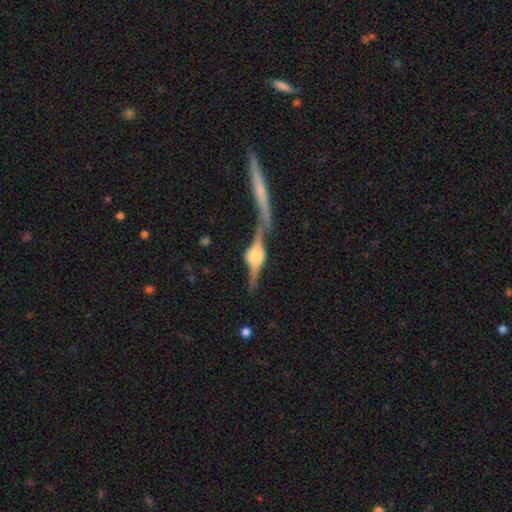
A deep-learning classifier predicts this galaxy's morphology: smooth_or_featured: featured or disk (p=0.83) [alt: smooth p=0.11]
disk_edge_on: yes (p=0.95) [alt: no p=0.05]
edge_on_bulge: rounded (p=0.85) [alt: boxy p=0.12]
merging: none (p=0.58) [alt: merger p=0.20]